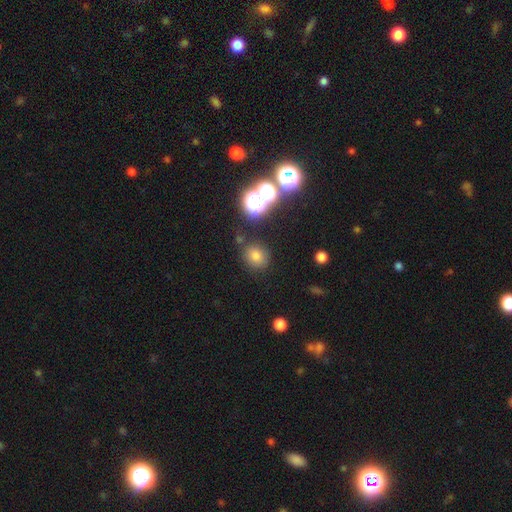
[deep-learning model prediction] Smooth or featured?
  - smooth: 72% *
  - star or artifact: 20%
  - featured or disk: 8%
How rounded?
  - round: 73% *
  - in between: 26%
  - cigar-shaped: 1%
Merging?
  - none: 79% *
  - minor disturbance: 11%
  - merger: 6%
  - major disturbance: 4%